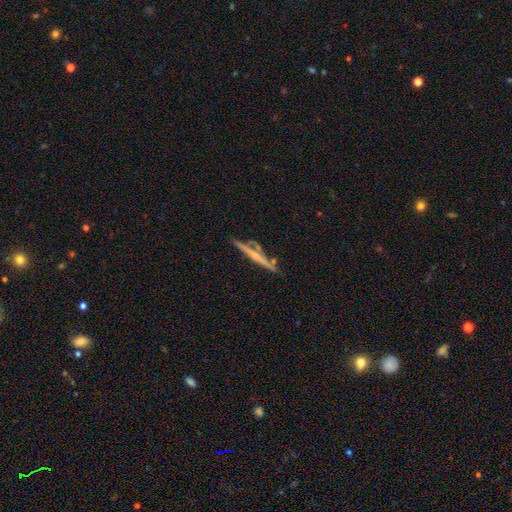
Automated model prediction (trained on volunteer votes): This appears to be a featured or disk galaxy (61%) viewed edge-on (96%) with no central bulge (51%). Merging: none (77%).